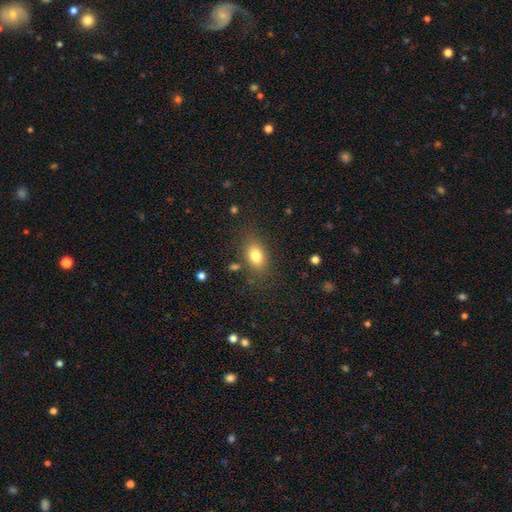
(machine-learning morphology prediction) Smooth or featured?
  - smooth: 80% *
  - featured or disk: 10%
  - star or artifact: 10%
How rounded?
  - in between: 81% *
  - round: 16%
  - cigar-shaped: 2%
Merging?
  - none: 78% *
  - minor disturbance: 14%
  - major disturbance: 5%
  - merger: 3%